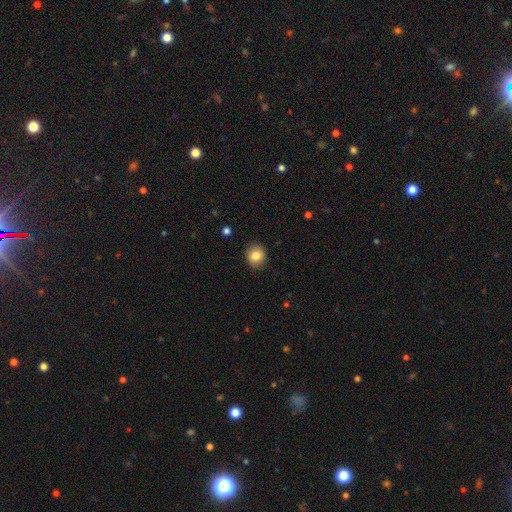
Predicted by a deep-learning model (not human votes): A smooth galaxy with no disk features (84%) that is round (82%). Merging: none (89%).